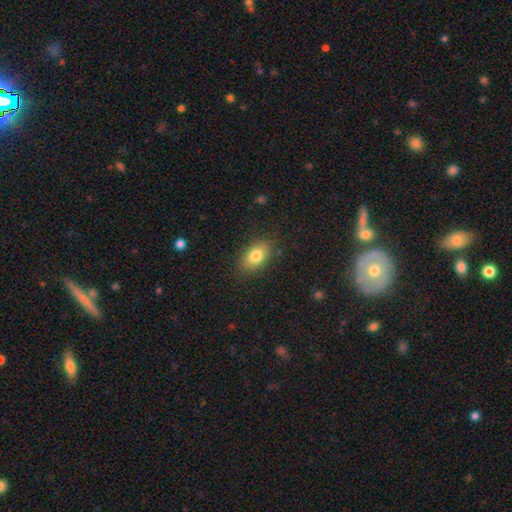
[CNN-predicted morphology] The model was most divided on "smooth or featured": smooth: 80%, featured or disk: 11%, star or artifact: 9%. More confident: how rounded — in between (84%); merging — none (84%).